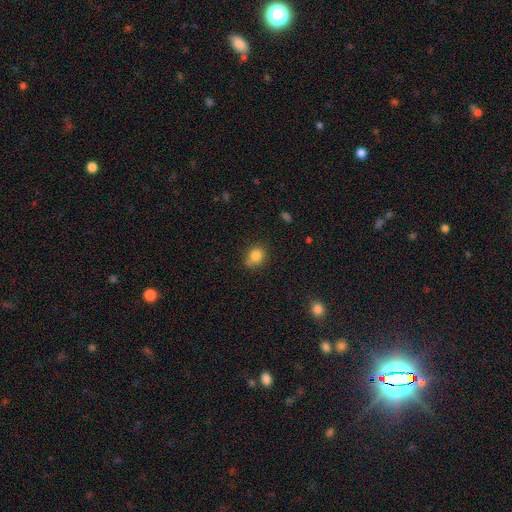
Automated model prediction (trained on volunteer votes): smooth-or-featured: smooth: 83% | star or artifact: 11% | featured or disk: 6%
  how-rounded: round: 69% | in between: 30% | cigar-shaped: 1%
  merging: none: 67% | minor disturbance: 23% | merger: 5% | major disturbance: 5%